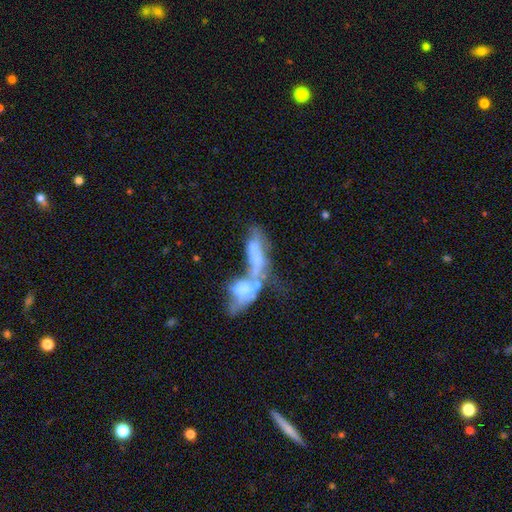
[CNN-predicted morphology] Q: Smooth or featured?
A: featured or disk (48%); runner-up: smooth (41%)
Q: Merging?
A: merger (75%); runner-up: major disturbance (12%)